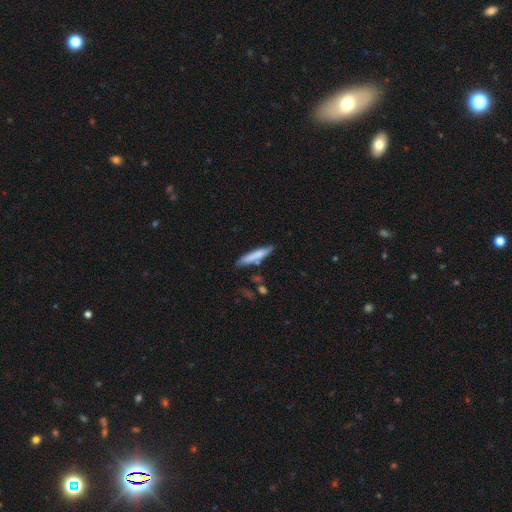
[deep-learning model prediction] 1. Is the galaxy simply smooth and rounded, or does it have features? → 74% smooth, 20% featured or disk, 6% star or artifact.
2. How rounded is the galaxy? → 88% cigar-shaped, 11% in between, 1% round.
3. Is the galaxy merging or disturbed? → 76% none, 15% minor disturbance, 6% merger, 3% major disturbance.